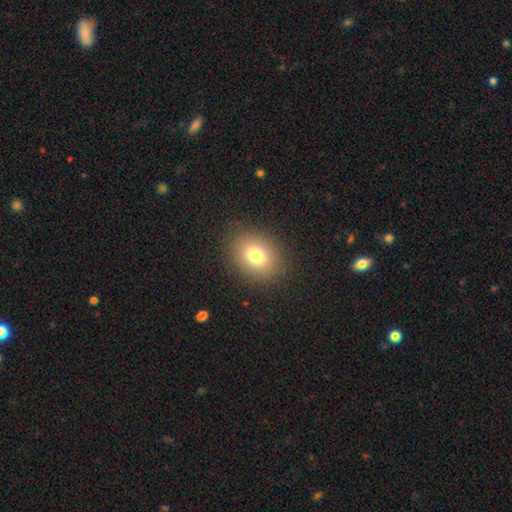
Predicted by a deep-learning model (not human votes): smooth-or-featured: smooth: 78% | star or artifact: 12% | featured or disk: 10%
  how-rounded: round: 52% | in between: 47% | cigar-shaped: 1%
  merging: none: 87% | minor disturbance: 8% | major disturbance: 4% | merger: 1%